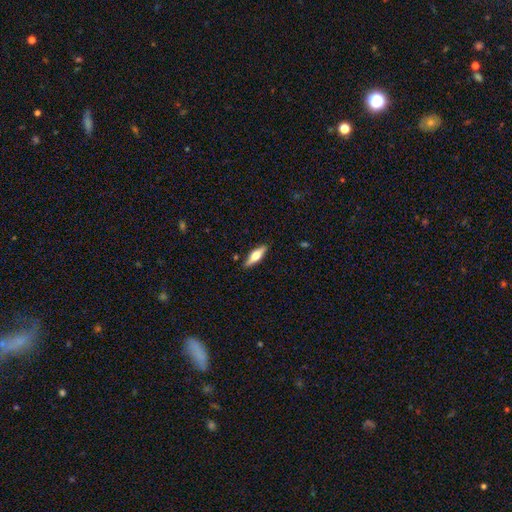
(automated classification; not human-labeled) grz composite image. It shows a smooth galaxy with no disk features (47%, tied with featured or disk). Merging: none (87%).